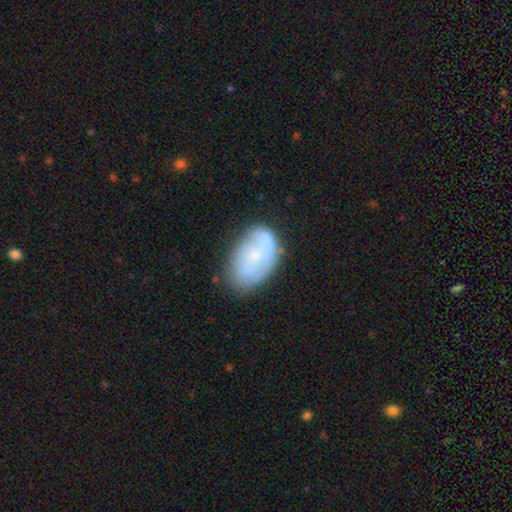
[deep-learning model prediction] Smooth or featured?
  - smooth: 49% *
  - featured or disk: 44%
  - star or artifact: 7%
Merging?
  - none: 51% *
  - minor disturbance: 26%
  - merger: 12%
  - major disturbance: 11%